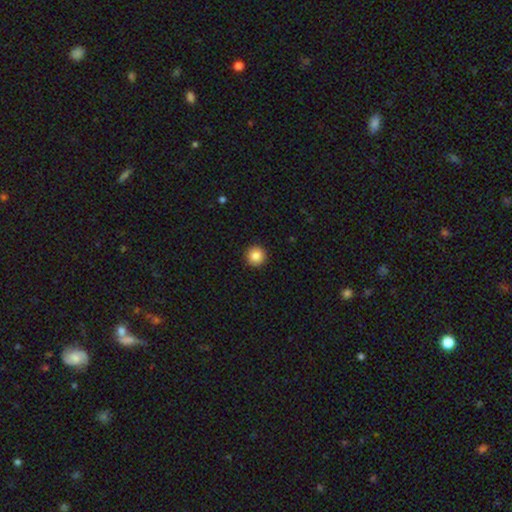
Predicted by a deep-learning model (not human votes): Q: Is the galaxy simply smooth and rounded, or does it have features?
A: smooth — 85%.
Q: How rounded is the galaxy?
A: round — 96%.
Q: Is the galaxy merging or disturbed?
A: none — 94%.